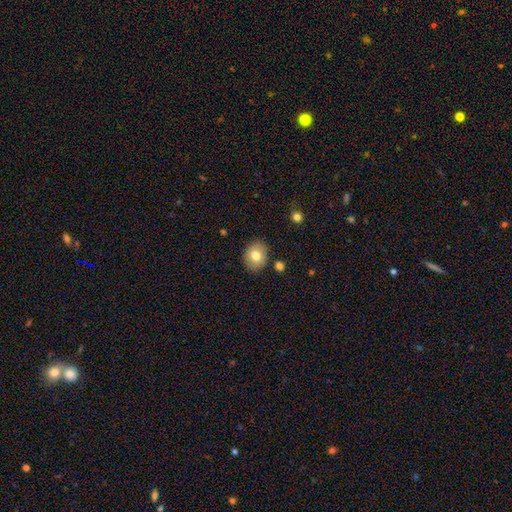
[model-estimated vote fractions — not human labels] Q: Smooth or featured?
A: smooth (76%); runner-up: featured or disk (15%)
Q: How rounded?
A: round (56%); runner-up: in between (44%)
Q: Merging?
A: none (85%); runner-up: minor disturbance (10%)